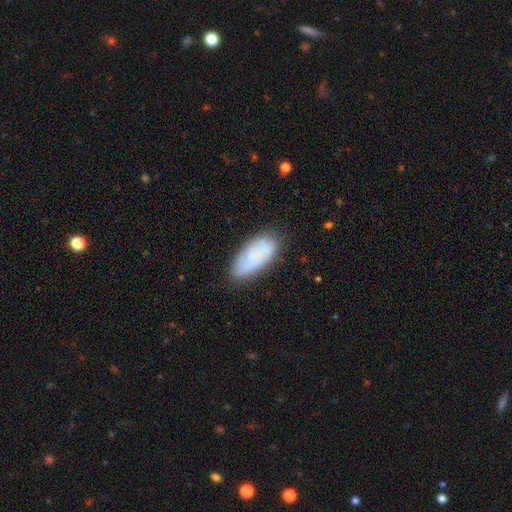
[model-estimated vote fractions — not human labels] This is likely a smooth galaxy (68%). How rounded: clearly in between (88%). Merging: likely none (74%).